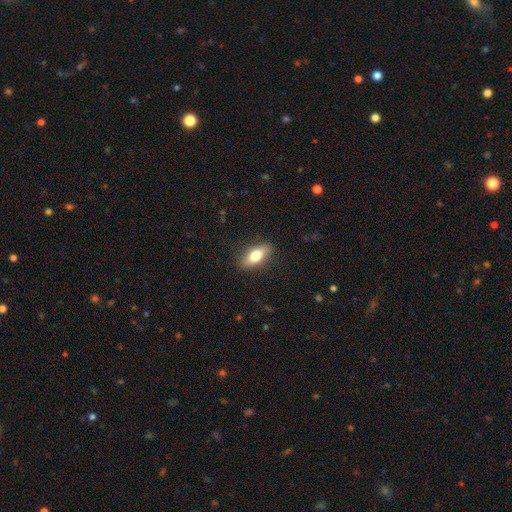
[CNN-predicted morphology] smooth_or_featured: smooth (p=0.72) [alt: featured or disk p=0.21]
how_rounded: in between (p=0.79) [alt: cigar-shaped p=0.16]
merging: none (p=0.86) [alt: minor disturbance p=0.10]